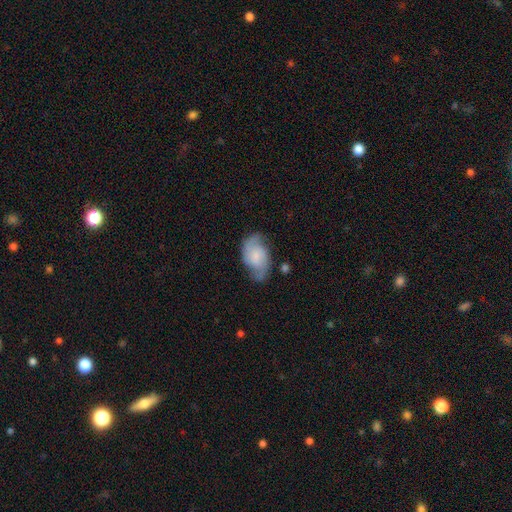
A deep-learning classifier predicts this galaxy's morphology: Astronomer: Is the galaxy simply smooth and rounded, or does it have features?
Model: featured or disk — 71%.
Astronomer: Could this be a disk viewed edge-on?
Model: no — 97%.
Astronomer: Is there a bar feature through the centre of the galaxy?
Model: no — 61%.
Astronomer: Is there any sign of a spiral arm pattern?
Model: yes — 94%.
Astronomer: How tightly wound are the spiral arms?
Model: medium — 48% (runner-up: loose, 27%).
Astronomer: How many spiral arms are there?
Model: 2 — 86%.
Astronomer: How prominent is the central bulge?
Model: small — 47% (runner-up: moderate, 23%).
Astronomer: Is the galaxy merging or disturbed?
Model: none — 71%.